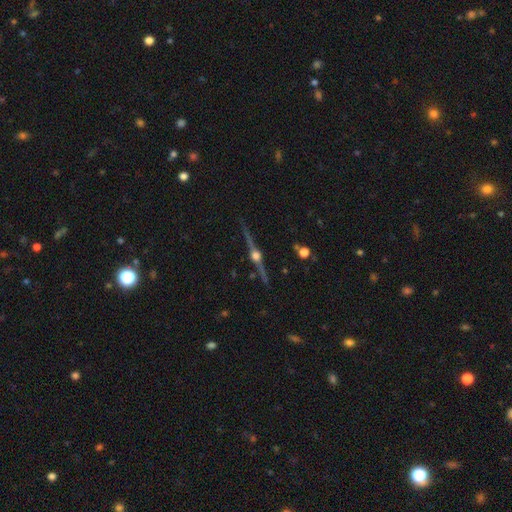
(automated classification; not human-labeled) Q: Smooth or featured?
A: featured or disk (87%); runner-up: star or artifact (8%)
Q: Edge-on disk?
A: yes (98%); runner-up: no (2%)
Q: Edge-on bulge?
A: rounded (96%); runner-up: boxy (3%)
Q: Merging?
A: none (89%); runner-up: minor disturbance (8%)